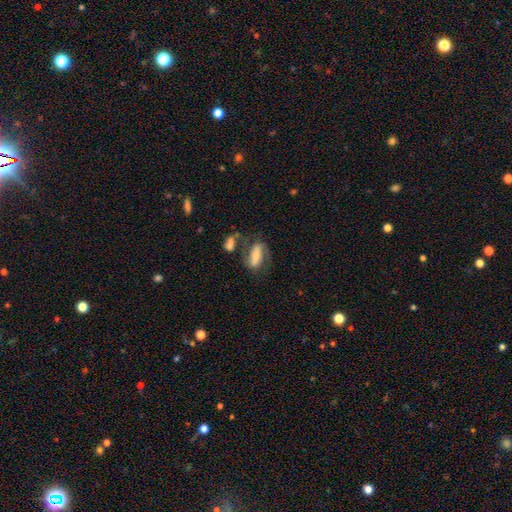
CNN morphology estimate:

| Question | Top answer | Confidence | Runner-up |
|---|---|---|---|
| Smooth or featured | featured or disk | 57% | smooth (35%) |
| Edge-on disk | no | 87% | yes (13%) |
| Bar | strong | 56% | weak (22%) |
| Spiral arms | yes | 75% | no (25%) |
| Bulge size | moderate | 41% | small (38%) |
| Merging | none | 47% | merger (20%) |